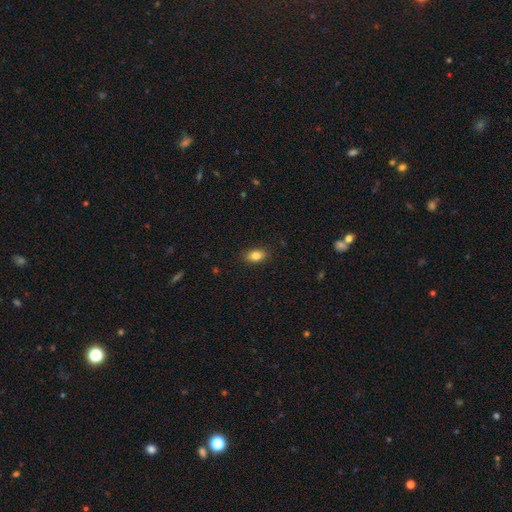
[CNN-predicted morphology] Q: Smooth or featured?
A: smooth (83%); runner-up: star or artifact (9%)
Q: How rounded?
A: in between (86%); runner-up: round (11%)
Q: Merging?
A: none (88%); runner-up: minor disturbance (9%)